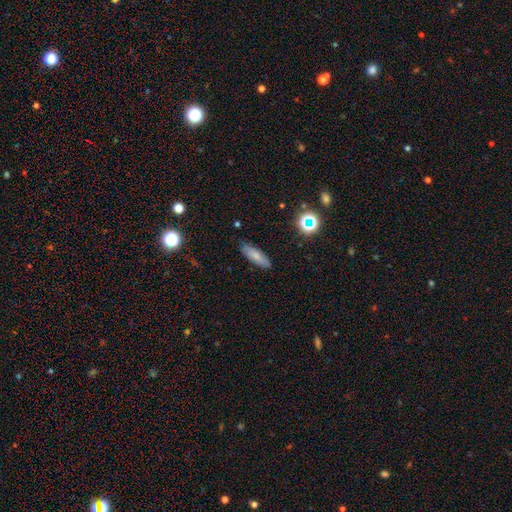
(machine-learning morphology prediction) Smooth or featured? smooth (74%)
How rounded? in between (52%)
Merging? none (83%)